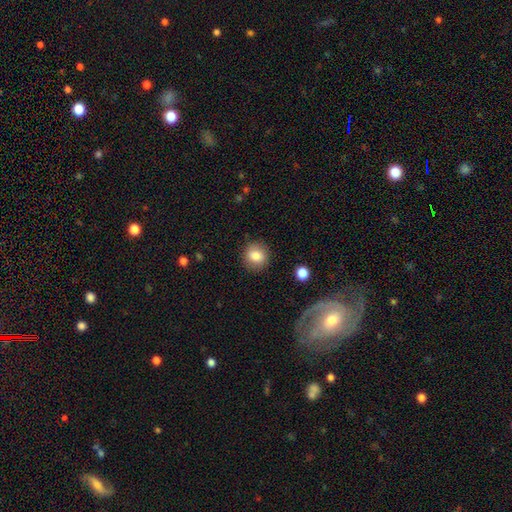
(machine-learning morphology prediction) Smooth or featured? smooth (82%)
How rounded? round (84%)
Merging? none (87%)